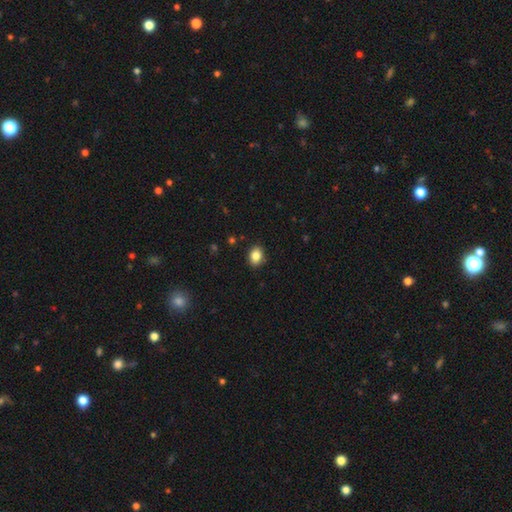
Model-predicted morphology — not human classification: Smooth or featured?
  - smooth: 85% *
  - star or artifact: 9%
  - featured or disk: 5%
How rounded?
  - in between: 64% *
  - round: 35%
  - cigar-shaped: 1%
Merging?
  - none: 89% *
  - minor disturbance: 8%
  - major disturbance: 2%
  - merger: 1%